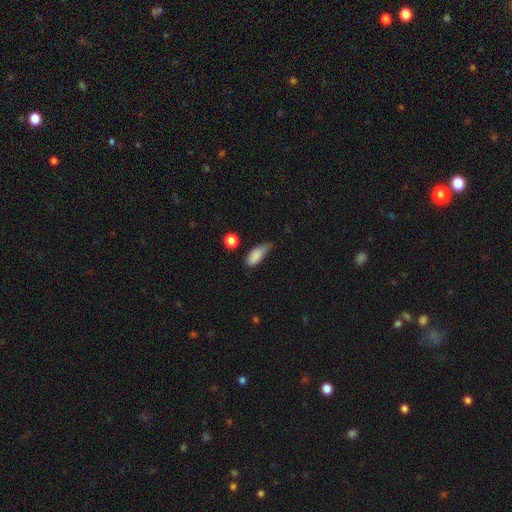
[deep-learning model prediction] Overall: smooth (84%). How rounded: in between (78%). Merging: minor disturbance (45%; none 37%).